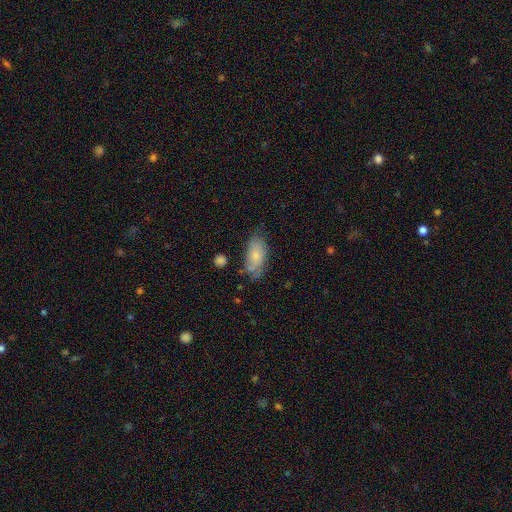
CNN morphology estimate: Q: Smooth or featured?
A: smooth (72%); runner-up: featured or disk (21%)
Q: How rounded?
A: in between (90%); runner-up: cigar-shaped (7%)
Q: Merging?
A: none (62%); runner-up: minor disturbance (27%)